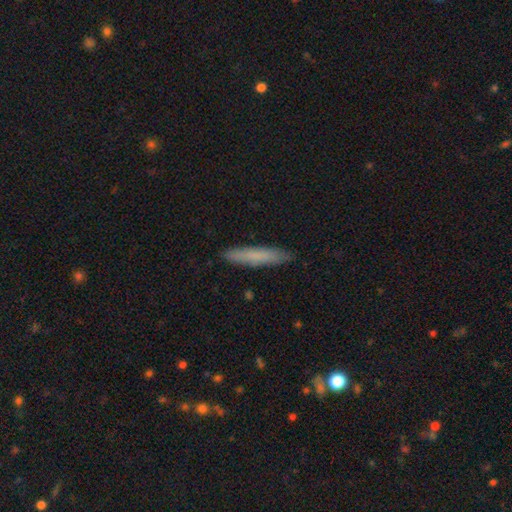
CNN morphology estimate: This appears to be a smooth galaxy with no disk features (73%) that is cigar-shaped (93%). Merging: none (89%).